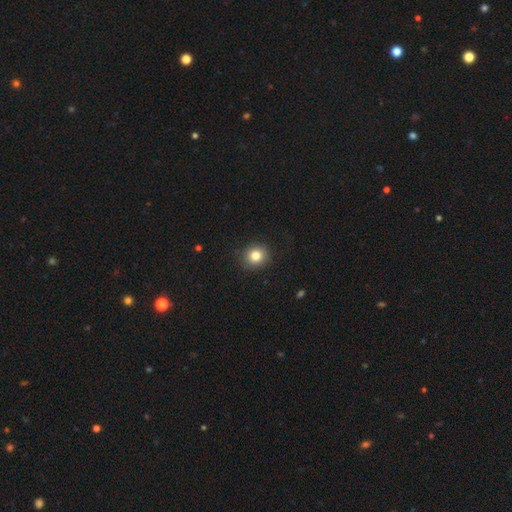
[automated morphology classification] smooth-or-featured: smooth: 82% | star or artifact: 11% | featured or disk: 7%
  how-rounded: round: 83% | in between: 16% | cigar-shaped: 1%
  merging: none: 89% | minor disturbance: 8% | major disturbance: 2% | merger: 1%